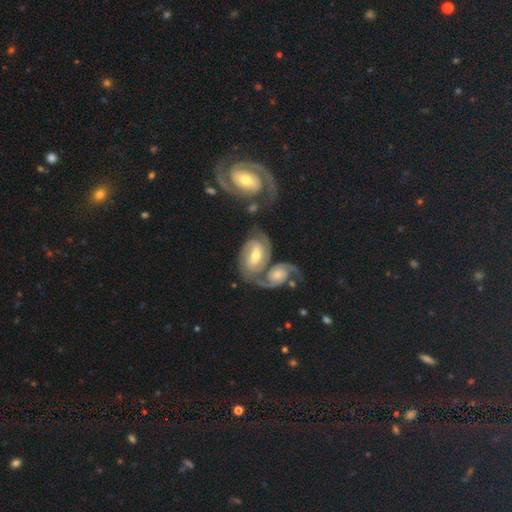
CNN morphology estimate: smooth-or-featured: featured or disk: 81% | smooth: 13% | star or artifact: 6%
  disk-edge-on: no: 96% | yes: 4%
    bar: weak: 44% | no: 31% | strong: 25%
    has-spiral-arms: yes: 95% | no: 5%
      spiral-winding: medium: 45% | tight: 43% | loose: 12%
      spiral-arm-count: 2: 84% | can't tell: 7% | 3: 4% | 1: 3% | 4: 1% | more than 4: 1%
    bulge-size: moderate: 56% | small: 35% | large: 6% | none: 2% | dominant: 1%
  merging: merger: 44% | none: 37% | minor disturbance: 12% | major disturbance: 7%